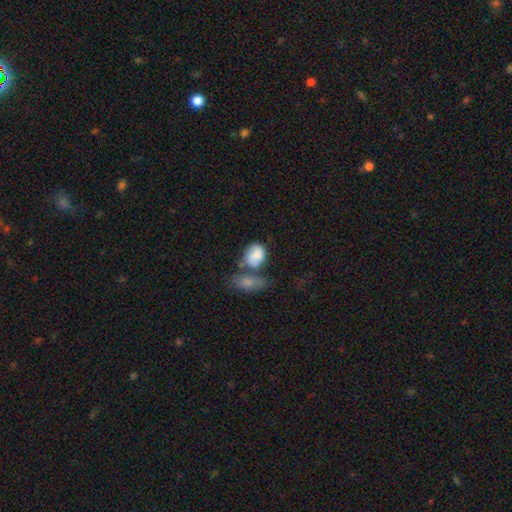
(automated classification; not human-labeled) This appears to be a smooth galaxy with no disk features (78%) that is in between round and cigar-shaped (64%). Merging: merger (47%).